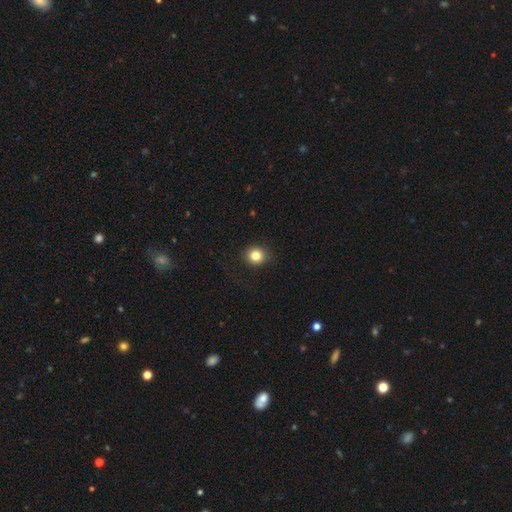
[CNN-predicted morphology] smooth 82%, star or artifact 12%, featured or disk 6%. Down the decision tree: how rounded — round (86%); merging — none (90%).